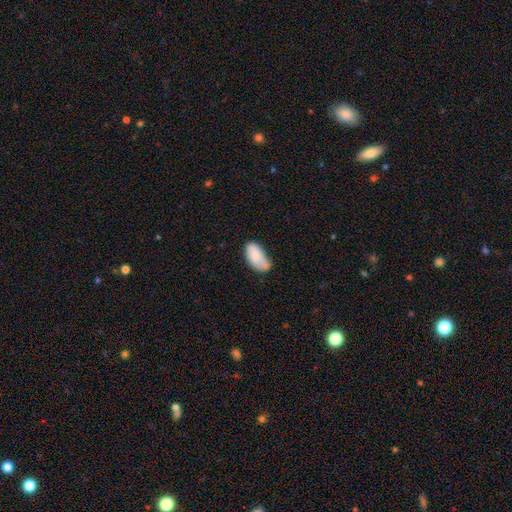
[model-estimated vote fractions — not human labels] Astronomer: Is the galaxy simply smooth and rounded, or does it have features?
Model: smooth — 78%.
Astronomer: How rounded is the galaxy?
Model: in between — 94%.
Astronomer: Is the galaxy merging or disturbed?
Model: none — 49% (runner-up: minor disturbance, 35%).